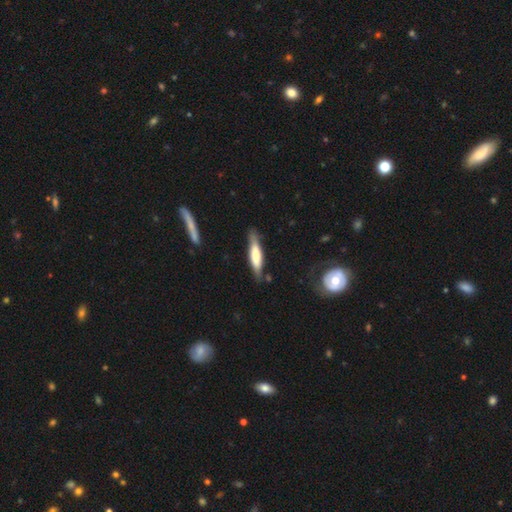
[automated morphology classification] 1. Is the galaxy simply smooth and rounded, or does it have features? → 56% smooth, 38% featured or disk, 6% star or artifact.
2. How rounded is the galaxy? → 78% cigar-shaped, 21% in between, 1% round.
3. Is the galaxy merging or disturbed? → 76% none, 17% minor disturbance, 4% major disturbance, 2% merger.